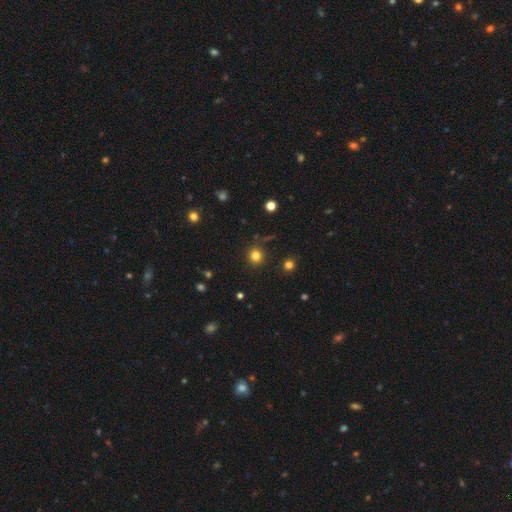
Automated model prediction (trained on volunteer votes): The model was most divided on "smooth or featured": smooth: 80%, star or artifact: 15%, featured or disk: 5%. More confident: how rounded — round (92%); merging — none (88%).